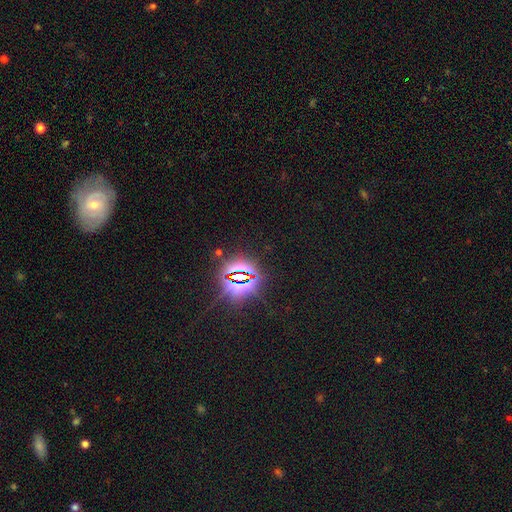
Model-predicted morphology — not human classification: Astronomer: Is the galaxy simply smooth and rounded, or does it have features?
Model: star or artifact — 79%.